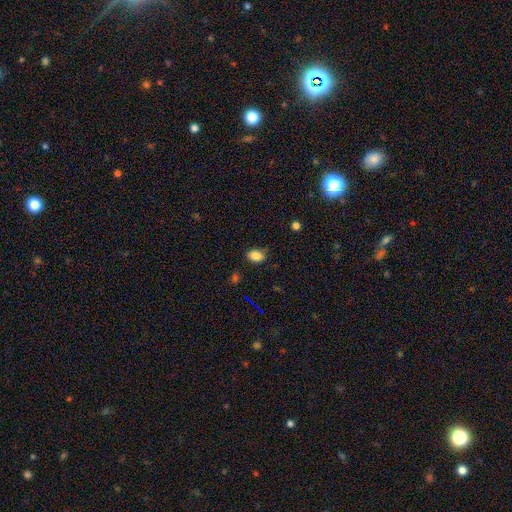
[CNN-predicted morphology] Smooth or featured? Predicted: smooth (p=0.84). How rounded? Predicted: in between (p=0.78). Merging? Predicted: none (p=0.74).